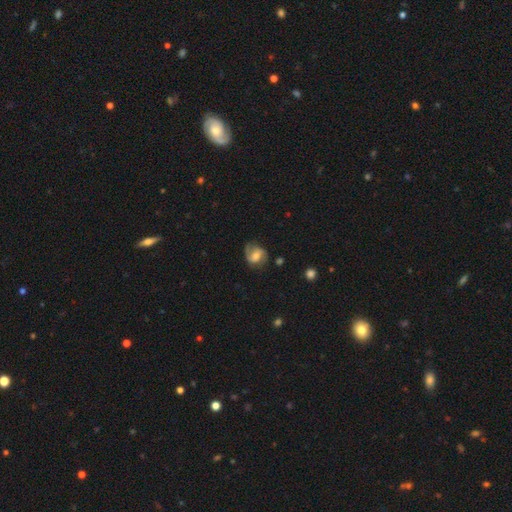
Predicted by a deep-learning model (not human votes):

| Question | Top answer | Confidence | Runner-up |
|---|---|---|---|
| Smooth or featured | featured or disk | 65% | smooth (28%) |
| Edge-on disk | no | 97% | yes (3%) |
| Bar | weak | 45% | no (39%) |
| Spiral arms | yes | 91% | no (9%) |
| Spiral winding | medium | 46% | loose (27%) |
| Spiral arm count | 2 | 74% | 1 (16%) |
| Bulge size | moderate | 57% | small (30%) |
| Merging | none | 65% | minor disturbance (22%) |